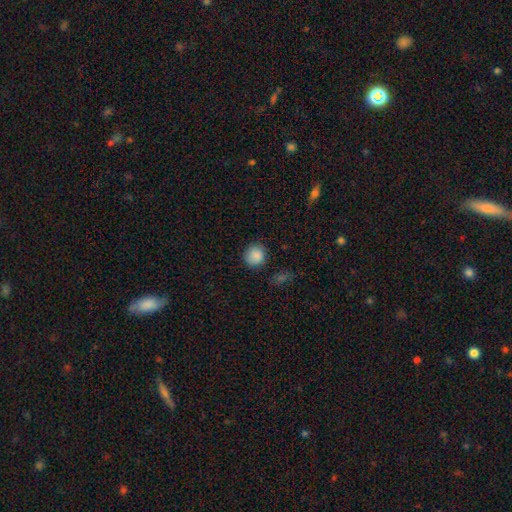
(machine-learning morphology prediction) smooth 87%, star or artifact 9%, featured or disk 4%. Down the decision tree: how rounded — round (88%); merging — none (86%).